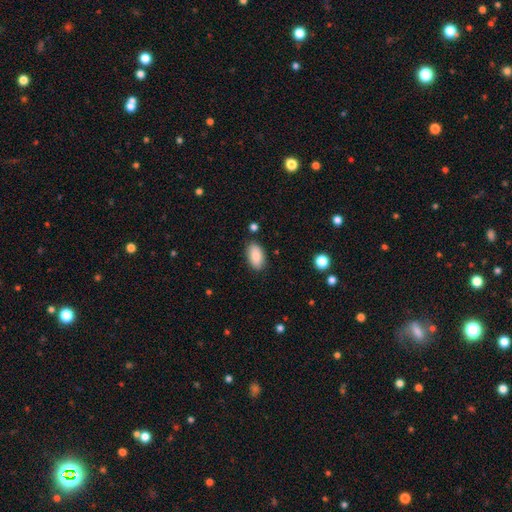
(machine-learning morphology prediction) Smooth or featured? smooth (88%)
How rounded? in between (94%)
Merging? none (85%)